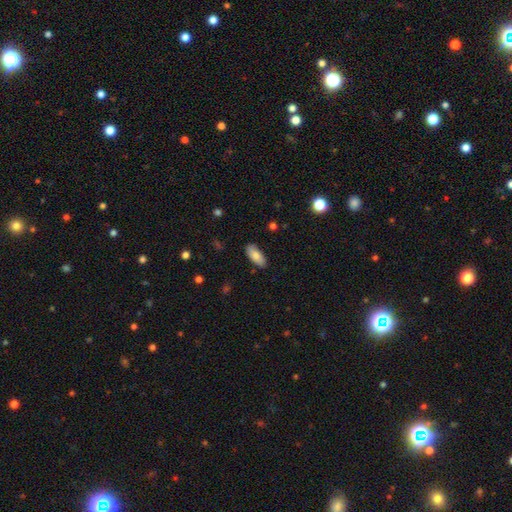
smooth_or_featured: smooth (p=0.79) [alt: featured or disk p=0.15]
how_rounded: in between (p=0.97) [alt: cigar-shaped p=0.03]
merging: none (p=0.95) [alt: minor disturbance p=0.05]